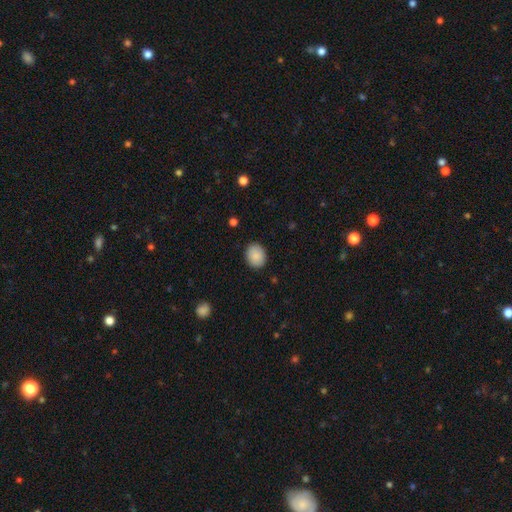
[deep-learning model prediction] A smooth galaxy with no disk features (89%) that is round (55%). Merging: none (88%).